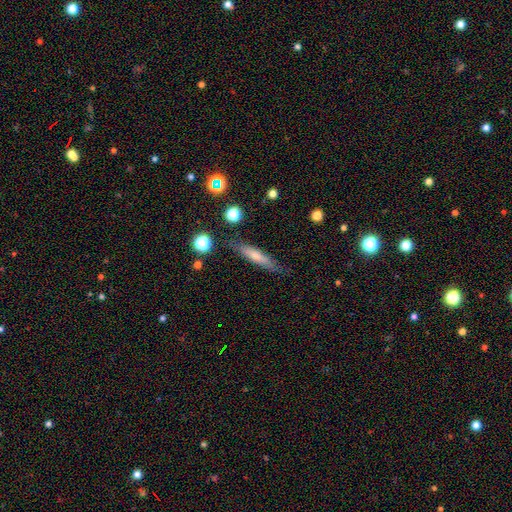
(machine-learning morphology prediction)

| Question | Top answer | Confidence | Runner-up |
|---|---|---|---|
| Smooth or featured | smooth | 61% | featured or disk (31%) |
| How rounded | cigar-shaped | 88% | in between (10%) |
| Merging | none | 82% | minor disturbance (13%) |